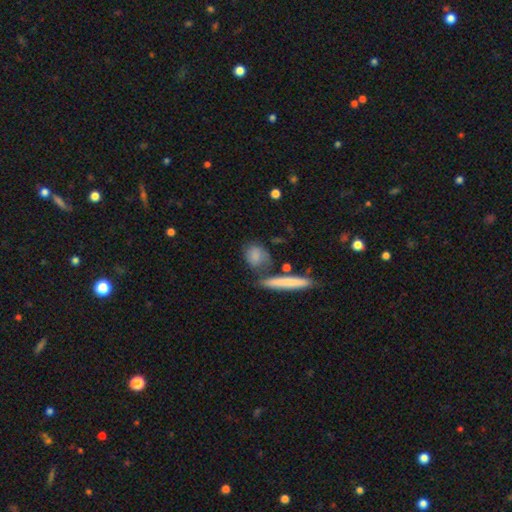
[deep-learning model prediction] This is likely a smooth galaxy (76%). How rounded: marginally in between (42%). Merging: possibly none (57%).